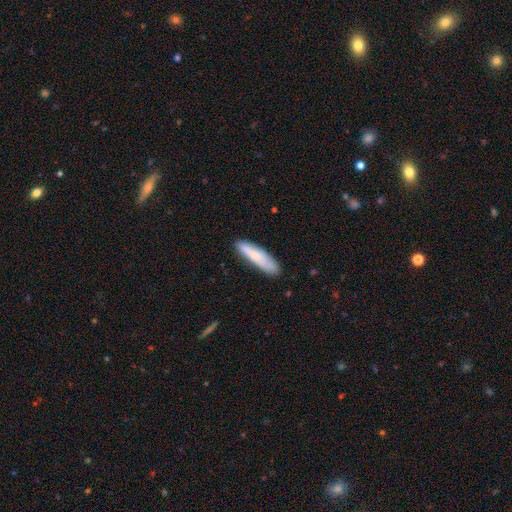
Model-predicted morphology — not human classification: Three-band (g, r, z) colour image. It shows a smooth galaxy with no disk features (74%) that is cigar-shaped (79%). Merging: none (83%).